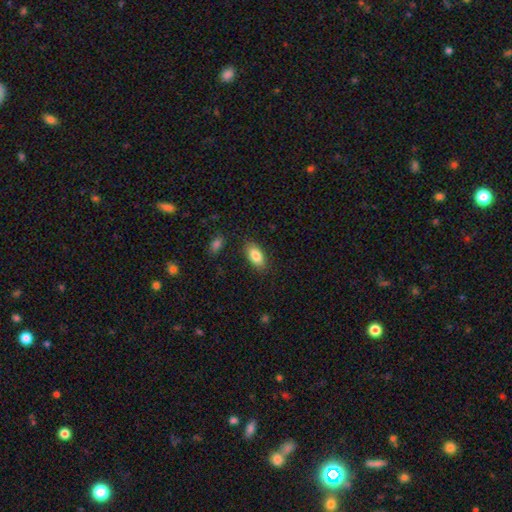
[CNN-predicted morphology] smooth-or-featured: smooth: 85% | featured or disk: 8% | star or artifact: 7%
  how-rounded: in between: 91% | cigar-shaped: 6% | round: 3%
  merging: none: 86% | minor disturbance: 10% | major disturbance: 3% | merger: 1%